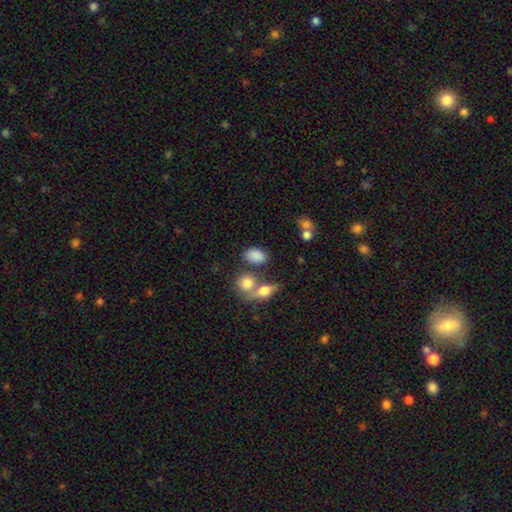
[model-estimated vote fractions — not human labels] Overall: smooth (83%). How rounded: in between (82%). Merging: none (60%; merger 21%).